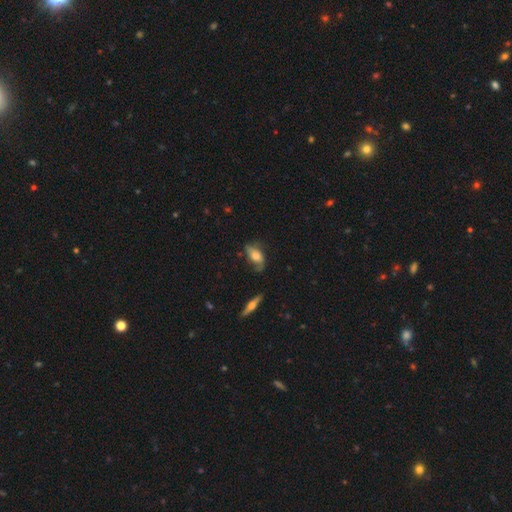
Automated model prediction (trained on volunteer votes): Smooth or featured? smooth (57%)
How rounded? in between (84%)
Merging? none (54%)